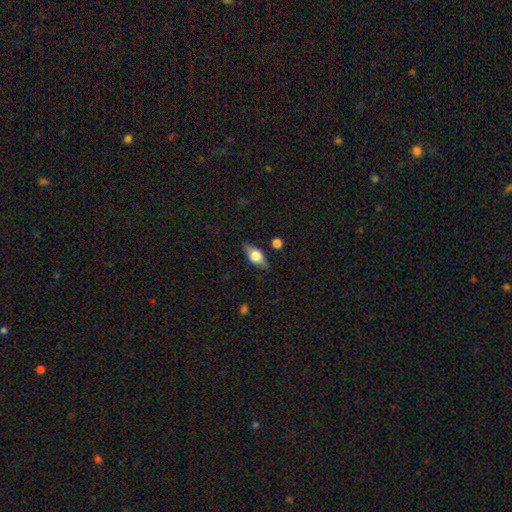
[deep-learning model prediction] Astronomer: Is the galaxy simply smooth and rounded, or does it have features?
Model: smooth — 54% (runner-up: featured or disk, 39%).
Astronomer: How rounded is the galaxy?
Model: in between — 77%.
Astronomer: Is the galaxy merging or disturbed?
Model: none — 82%.